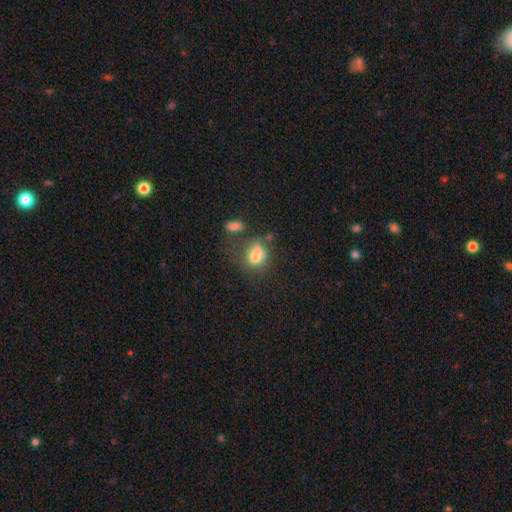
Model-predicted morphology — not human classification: type=smooth (77%); roundness=in between (58%); merging=none (43%).